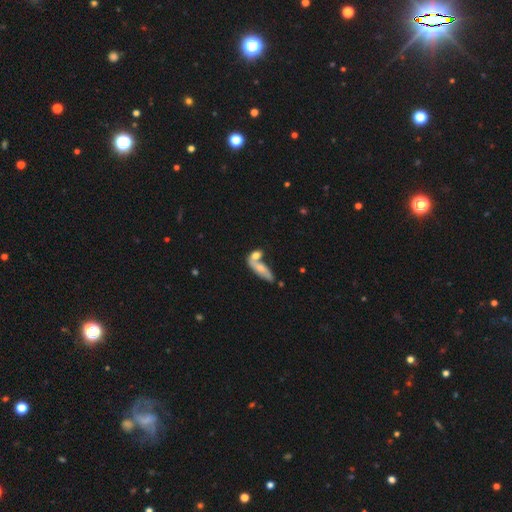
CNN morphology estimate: This is likely a smooth galaxy (63%). How rounded: possibly in between (57%). Merging: possibly merger (49%).